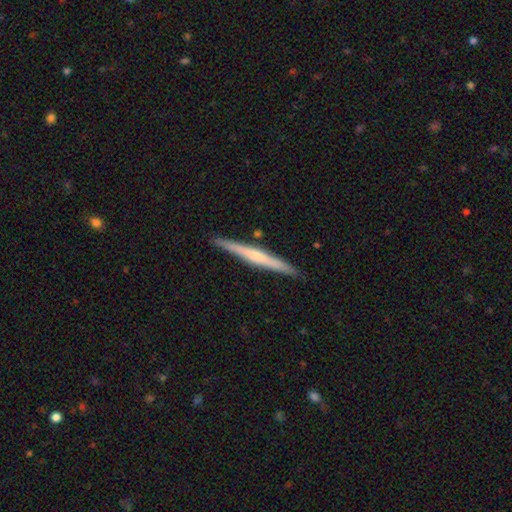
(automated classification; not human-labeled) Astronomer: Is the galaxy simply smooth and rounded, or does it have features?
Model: featured or disk — 55% (runner-up: smooth, 40%).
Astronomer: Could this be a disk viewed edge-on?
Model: yes — 97%.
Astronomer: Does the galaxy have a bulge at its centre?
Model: none — 47% (runner-up: rounded, 42%).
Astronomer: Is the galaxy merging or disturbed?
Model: none — 90%.